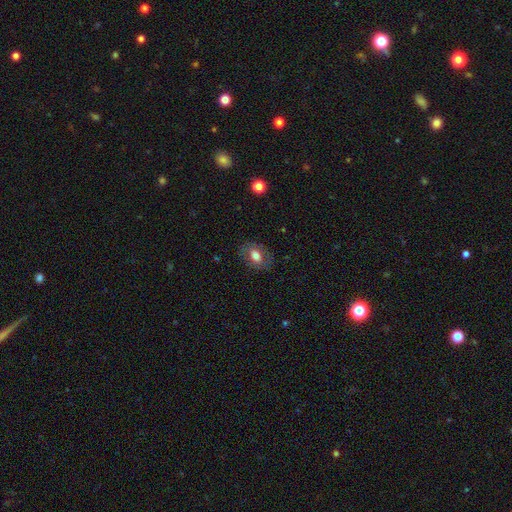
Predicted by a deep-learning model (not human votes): This appears to be a smooth galaxy with no disk features (66%) that is in between round and cigar-shaped (75%). Merging: none (79%).